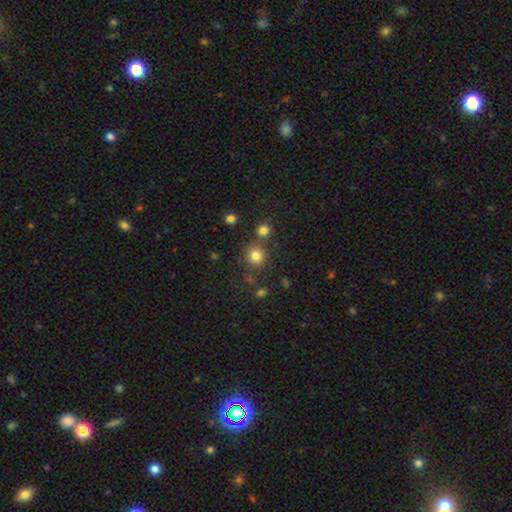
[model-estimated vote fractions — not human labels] This is likely a smooth galaxy (79%). How rounded: clearly round (91%). Merging: likely none (73%).